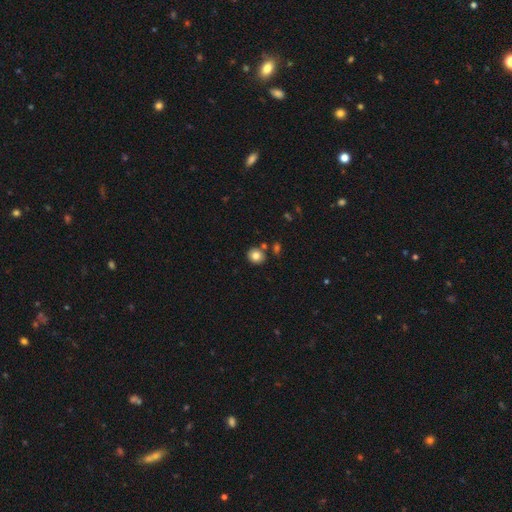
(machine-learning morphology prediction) smooth_or_featured: smooth (p=0.81) [alt: star or artifact p=0.10]
how_rounded: round (p=0.78) [alt: in between p=0.21]
merging: none (p=0.78) [alt: minor disturbance p=0.10]